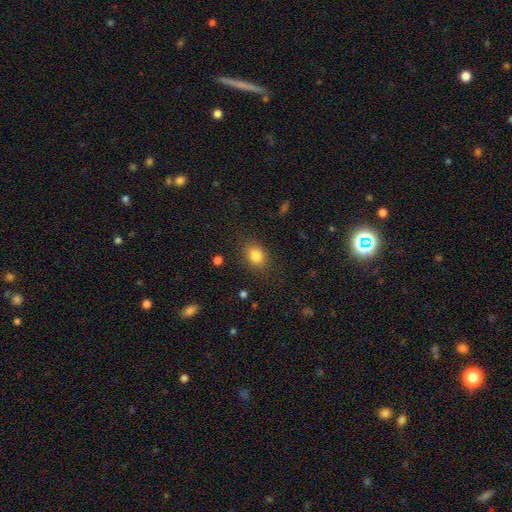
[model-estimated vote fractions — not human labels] Q: Smooth or featured?
A: smooth (83%); runner-up: star or artifact (11%)
Q: How rounded?
A: in between (57%); runner-up: round (42%)
Q: Merging?
A: none (82%); runner-up: minor disturbance (12%)